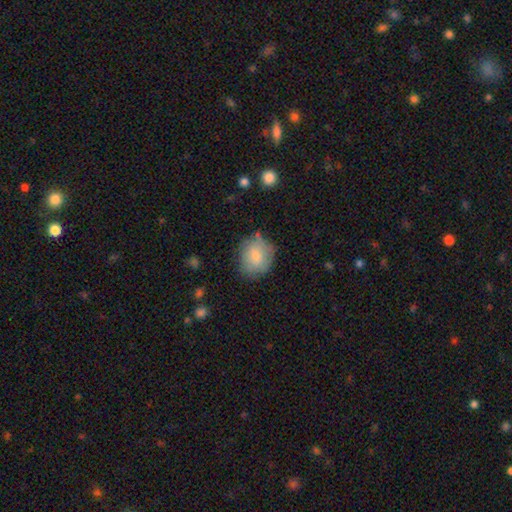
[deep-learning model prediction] This appears to be a smooth galaxy with no disk features (77%) that is round (69%). Merging: none (71%).